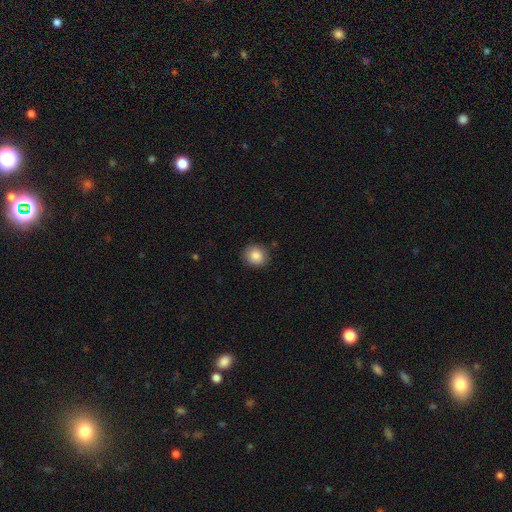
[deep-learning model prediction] Morphology: type=smooth (86%); roundness=round (82%); merging=none (87%).